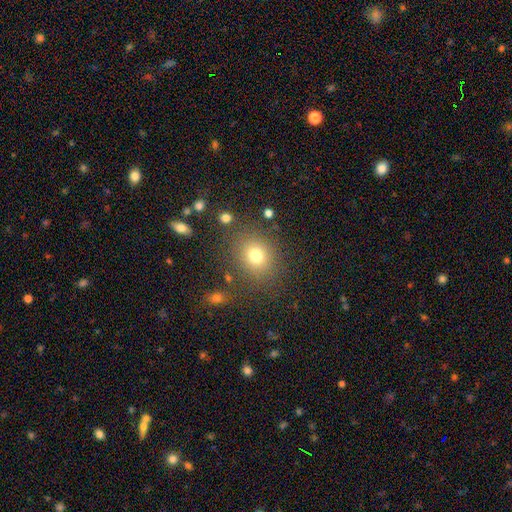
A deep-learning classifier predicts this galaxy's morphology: smooth-or-featured: smooth: 75% | star or artifact: 15% | featured or disk: 9%
  how-rounded: round: 71% | in between: 28% | cigar-shaped: 1%
  merging: none: 81% | minor disturbance: 10% | major disturbance: 5% | merger: 3%